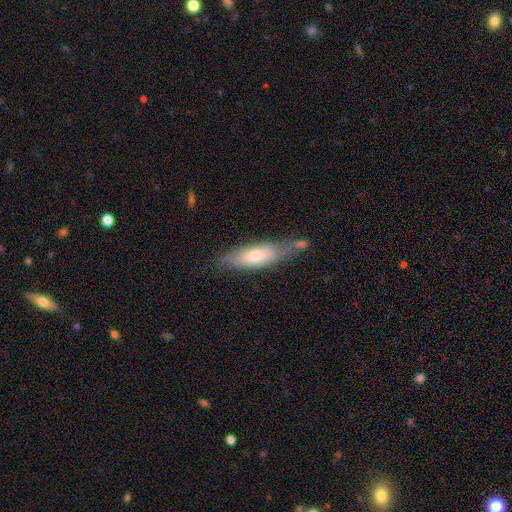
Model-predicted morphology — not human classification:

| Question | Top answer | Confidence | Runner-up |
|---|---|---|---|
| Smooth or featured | smooth | 58% | featured or disk (35%) |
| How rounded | cigar-shaped | 51% | in between (47%) |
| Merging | none | 54% | minor disturbance (26%) |